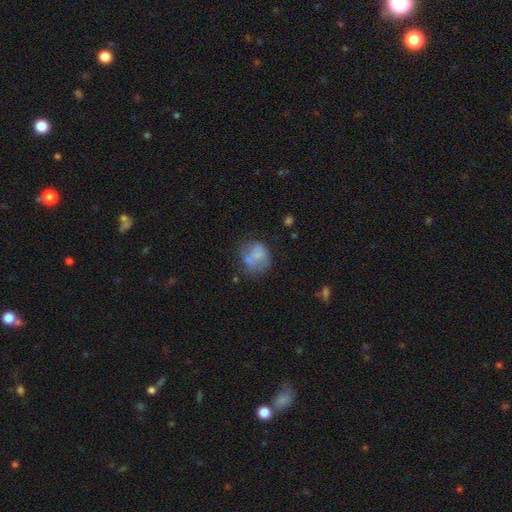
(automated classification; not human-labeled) smooth_or_featured: smooth (p=0.57) [alt: featured or disk p=0.33]
how_rounded: round (p=0.62) [alt: in between p=0.37]
merging: none (p=0.39) [alt: minor disturbance p=0.24]